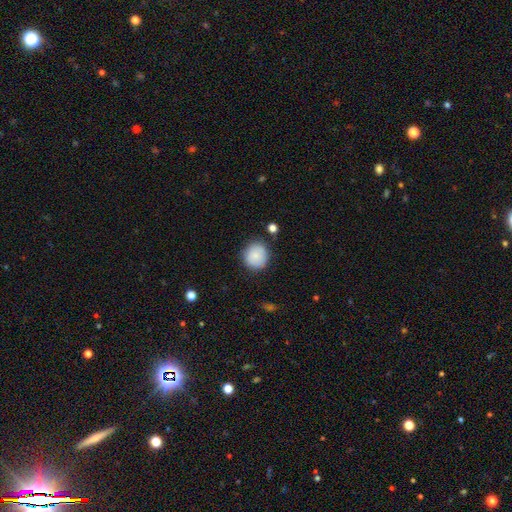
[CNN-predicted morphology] A smooth galaxy with no disk features (81%) that is round (86%).

Vote fractions:
- Smooth or featured? smooth: 81% / featured or disk: 11% / star or artifact: 8%
- How rounded? round: 86% / in between: 14% / cigar-shaped: 1%
- Merging? none: 81% / minor disturbance: 14% / major disturbance: 3% / merger: 2%